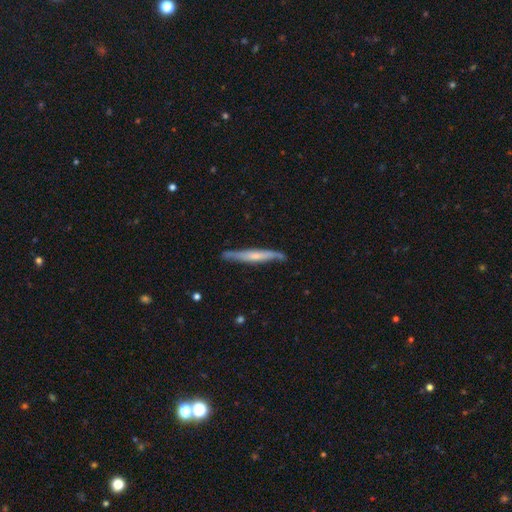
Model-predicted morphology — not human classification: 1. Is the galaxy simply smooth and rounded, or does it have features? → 54% featured or disk, 41% smooth, 5% star or artifact.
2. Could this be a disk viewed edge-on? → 87% yes, 13% no.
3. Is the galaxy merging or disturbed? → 74% none, 20% minor disturbance, 3% major disturbance, 3% merger.